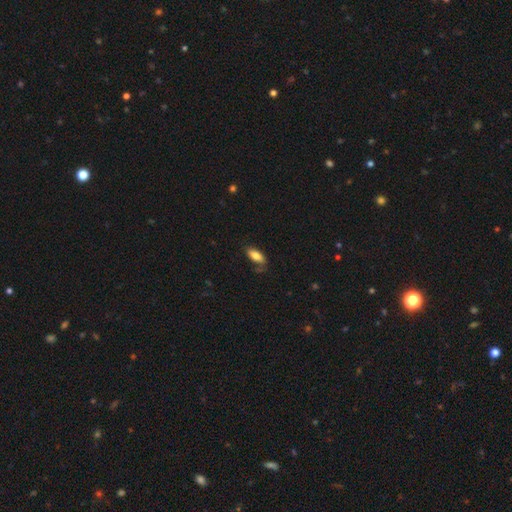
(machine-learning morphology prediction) The model was most divided on "merging": none: 66%, minor disturbance: 23%, major disturbance: 8%, merger: 4%. More confident: how rounded — in between (83%); smooth or featured — smooth (80%).